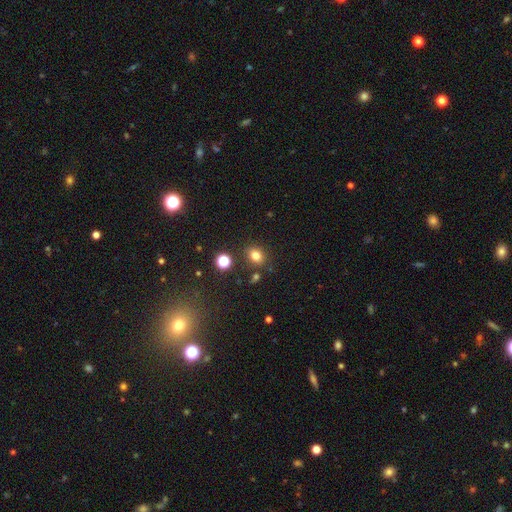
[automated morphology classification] A smooth galaxy with no disk features (79%) that is in between round and cigar-shaped (50%).

Vote fractions:
- Smooth or featured? smooth: 79% / star or artifact: 14% / featured or disk: 7%
- How rounded? in between: 50% / round: 49% / cigar-shaped: 1%
- Merging? none: 81% / minor disturbance: 10% / merger: 6% / major disturbance: 3%